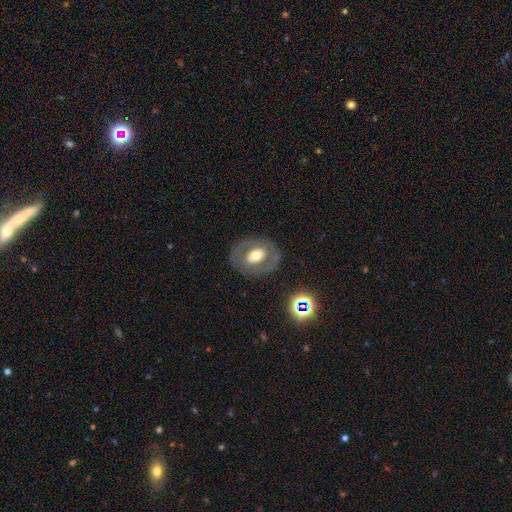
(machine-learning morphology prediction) Overall: featured or disk (53%; smooth 39%). Edge-on disk: no (94%). Merging: none (79%).